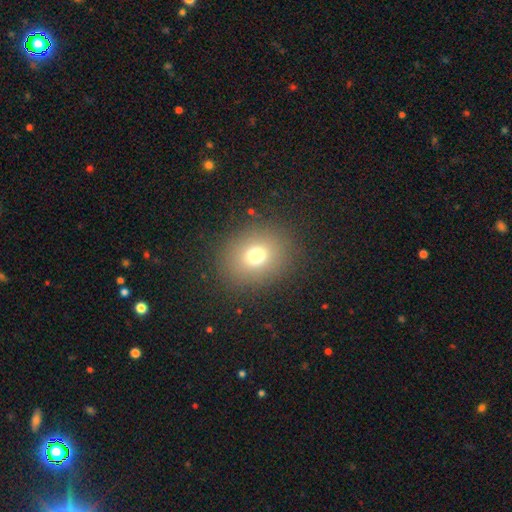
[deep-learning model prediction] Smooth or featured? Predicted: smooth (p=0.72). How rounded? Predicted: round (p=0.70). Merging? Predicted: none (p=0.87).